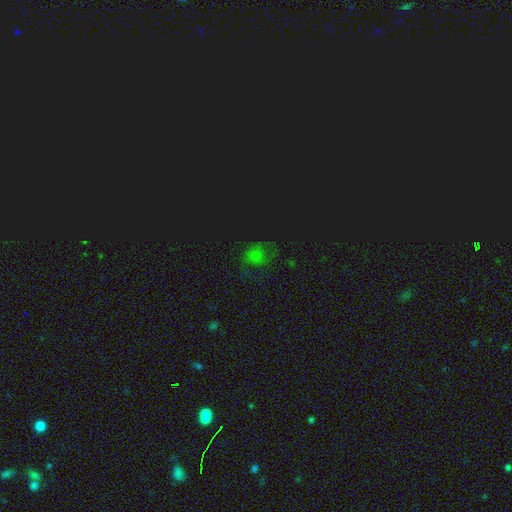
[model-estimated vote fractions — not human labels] The model was most divided on "smooth or featured": star or artifact: 47%, smooth: 40%, featured or disk: 12%.